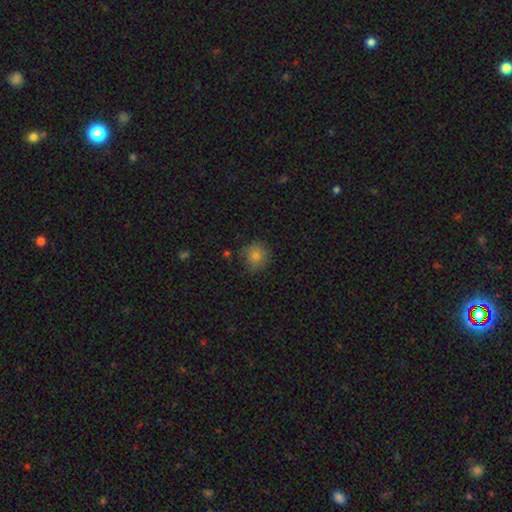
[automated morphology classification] smooth_or_featured: smooth (p=0.79) [alt: star or artifact p=0.13]
how_rounded: round (p=0.89) [alt: in between p=0.10]
merging: none (p=0.79) [alt: minor disturbance p=0.16]